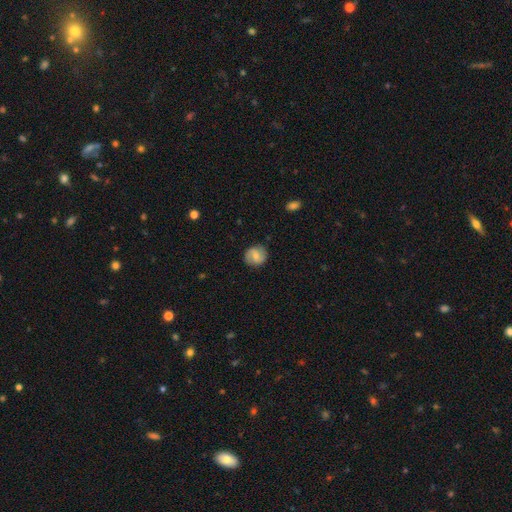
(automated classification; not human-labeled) Smooth or featured: smooth — 49% (featured or disk — 43%)
Merging: none — 84% (minor disturbance — 12%)